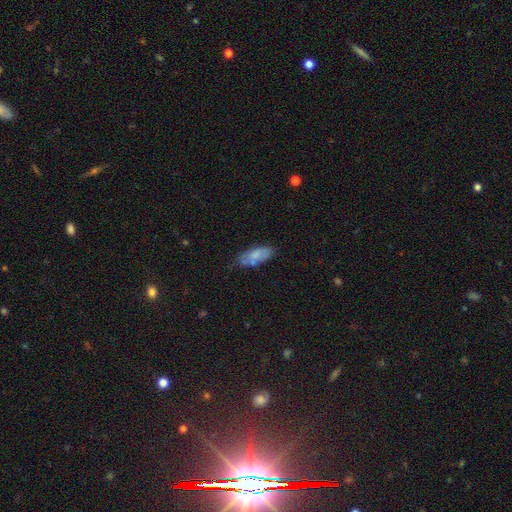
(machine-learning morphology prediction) This is likely a smooth galaxy (71%). How rounded: likely in between (79%). Merging: possibly none (59%).